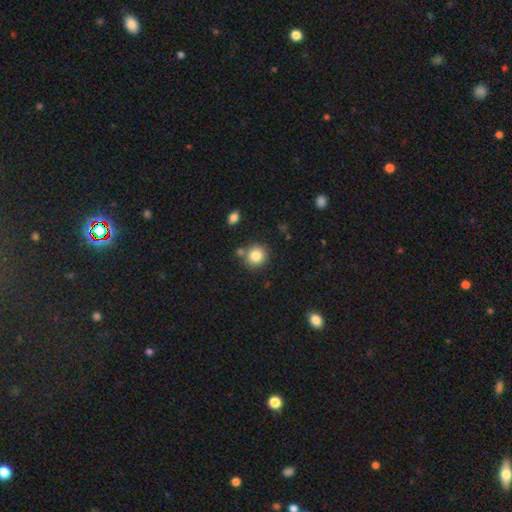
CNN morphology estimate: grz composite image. It shows a smooth galaxy with no disk features (83%) that is round (85%). Merging: none (75%).